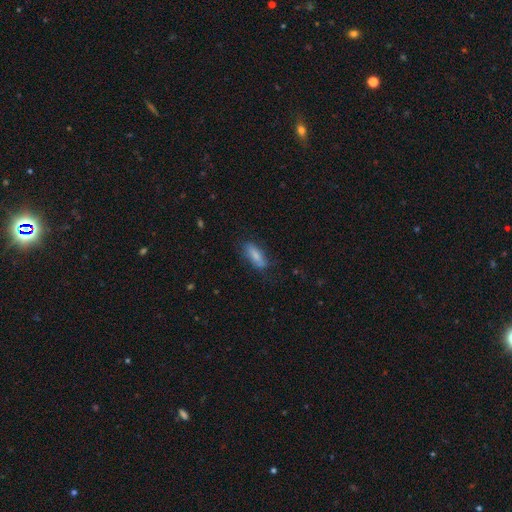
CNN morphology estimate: Smooth or featured? Predicted: smooth (p=0.77). How rounded? Predicted: in between (p=0.62). Merging? Predicted: none (p=0.71).